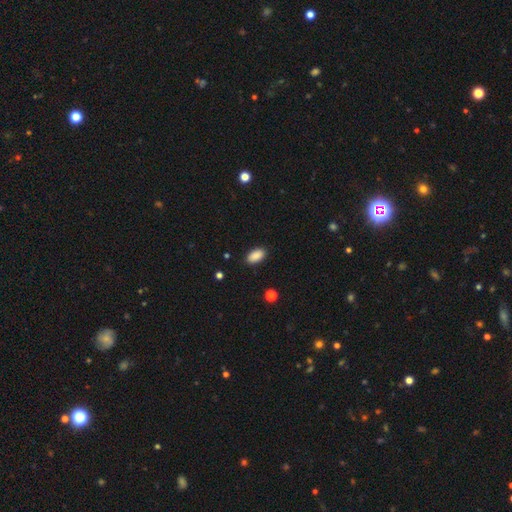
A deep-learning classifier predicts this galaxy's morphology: A smooth galaxy with no disk features (89%) that is in between round and cigar-shaped (94%).

Vote fractions:
- Smooth or featured? smooth: 89% / star or artifact: 8% / featured or disk: 3%
- How rounded? in between: 94% / round: 4% / cigar-shaped: 2%
- Merging? none: 88% / minor disturbance: 9% / major disturbance: 2% / merger: 1%